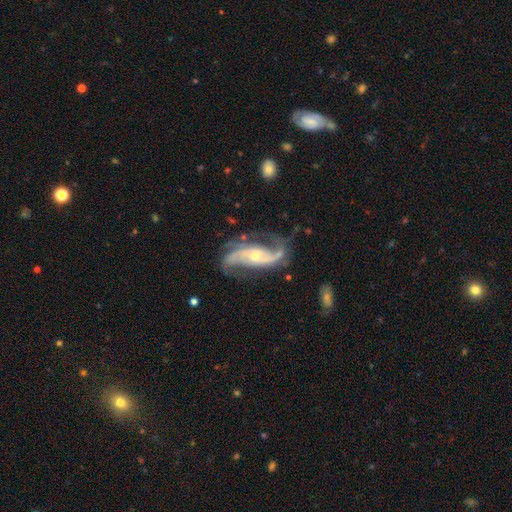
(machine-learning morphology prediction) Overall: featured or disk (90%). Edge-on disk: no (95%). Bar: no (52%; weak 31%). Spiral arms: yes (97%). Spiral arm count: 2 (73%). Spiral winding: medium (43%; loose 41%). Bulge size: small (60%; moderate 34%). Merging: none (64%).